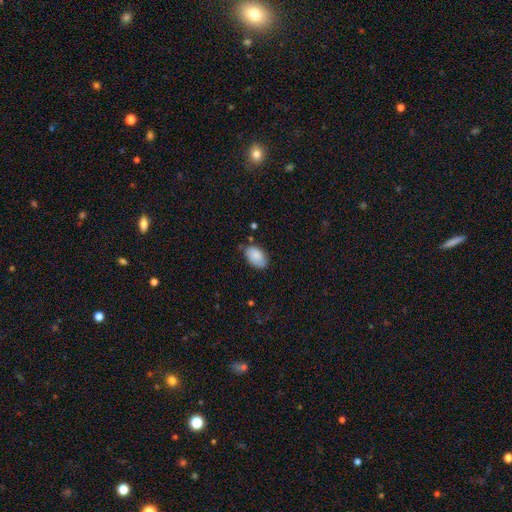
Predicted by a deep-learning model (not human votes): The model was most divided on "merging": none: 68%, minor disturbance: 25%, major disturbance: 4%, merger: 3%. More confident: how rounded — in between (92%); smooth or featured — smooth (86%).